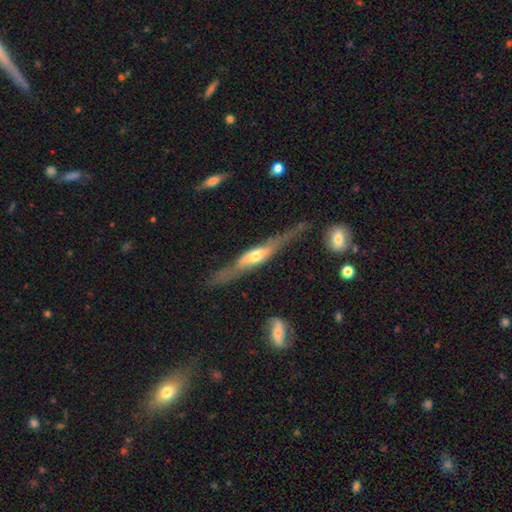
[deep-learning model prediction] A featured or disk galaxy (72%) viewed edge-on (86%) with a rounded central bulge (82%).

Vote fractions:
- Smooth or featured? featured or disk: 72% / smooth: 22% / star or artifact: 5%
- Edge-on disk? yes: 86% / no: 14%
- Edge-on bulge? rounded: 82% / boxy: 11% / none: 8%
- Merging? none: 61% / minor disturbance: 23% / major disturbance: 12% / merger: 4%